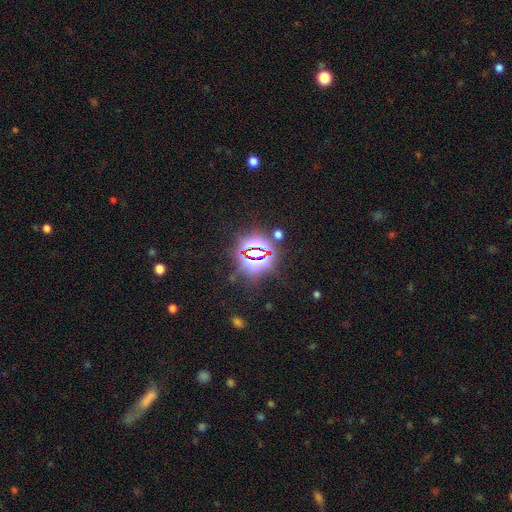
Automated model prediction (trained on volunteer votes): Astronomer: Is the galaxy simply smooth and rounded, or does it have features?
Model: star or artifact — 78%.